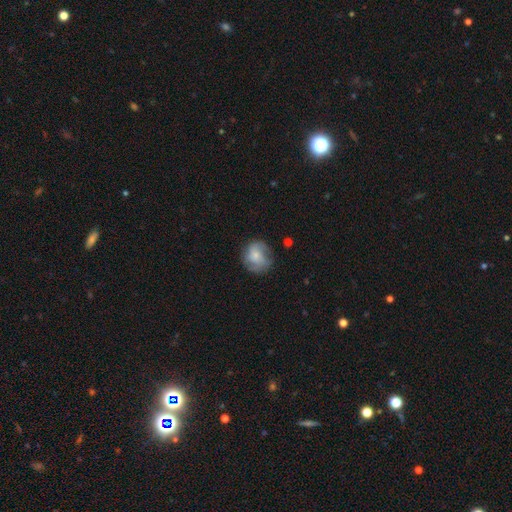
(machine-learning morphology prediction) Smooth or featured? Predicted: smooth (p=0.55). How rounded? Predicted: round (p=0.78). Merging? Predicted: none (p=0.64).